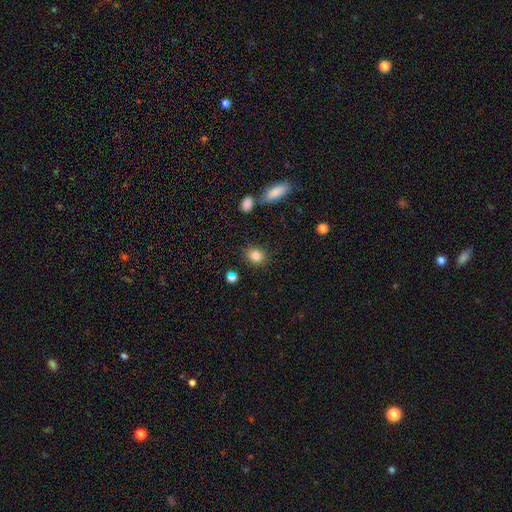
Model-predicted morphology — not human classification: Smooth or featured?
  - smooth: 83% *
  - star or artifact: 10%
  - featured or disk: 7%
How rounded?
  - round: 64% *
  - in between: 35%
  - cigar-shaped: 1%
Merging?
  - none: 86% *
  - minor disturbance: 9%
  - major disturbance: 3%
  - merger: 3%